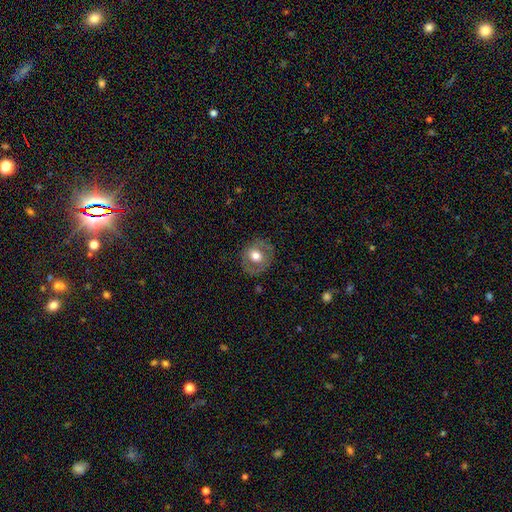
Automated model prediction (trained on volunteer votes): Q: Smooth or featured?
A: smooth (56%); runner-up: featured or disk (36%)
Q: How rounded?
A: round (78%); runner-up: in between (21%)
Q: Merging?
A: none (80%); runner-up: minor disturbance (14%)